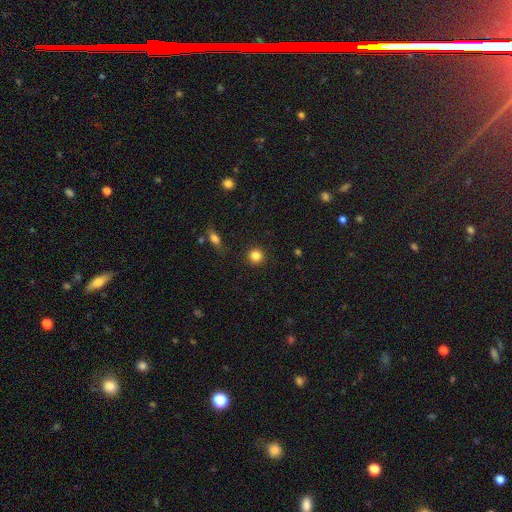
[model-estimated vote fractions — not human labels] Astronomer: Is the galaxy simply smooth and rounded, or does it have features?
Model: smooth — 84%.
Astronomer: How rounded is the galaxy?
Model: round — 94%.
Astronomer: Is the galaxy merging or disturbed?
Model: none — 91%.